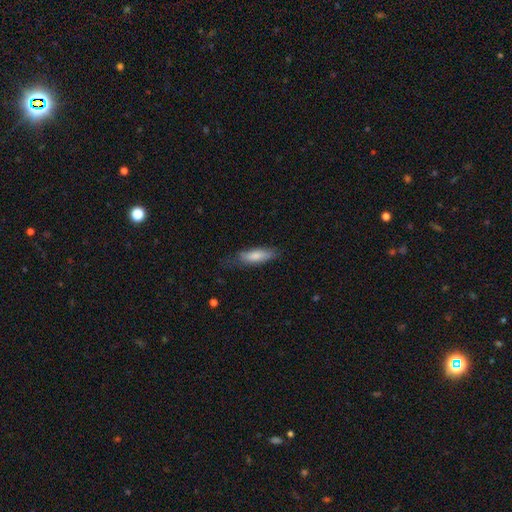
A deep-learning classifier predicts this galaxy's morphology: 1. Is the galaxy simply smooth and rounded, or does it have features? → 78% smooth, 16% featured or disk, 6% star or artifact.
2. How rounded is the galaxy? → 50% in between, 49% cigar-shaped, 2% round.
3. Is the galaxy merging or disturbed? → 62% none, 28% minor disturbance, 8% major disturbance, 2% merger.